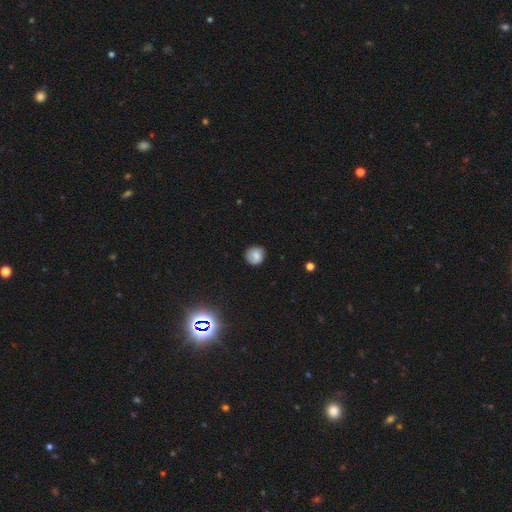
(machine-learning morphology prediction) Smooth or featured? smooth (74%)
How rounded? round (87%)
Merging? none (79%)